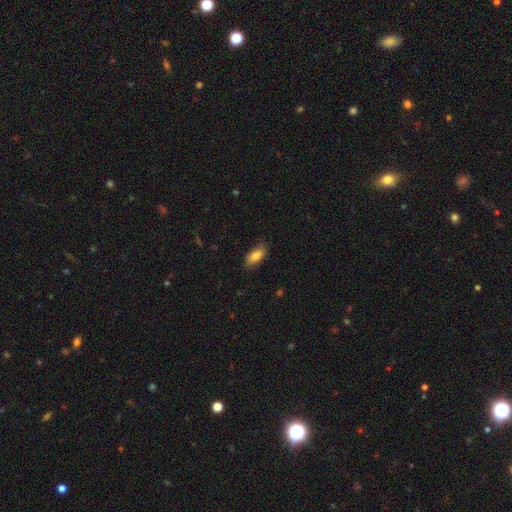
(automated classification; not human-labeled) This is clearly a smooth galaxy (81%). How rounded: clearly in between (84%). Merging: clearly none (84%).